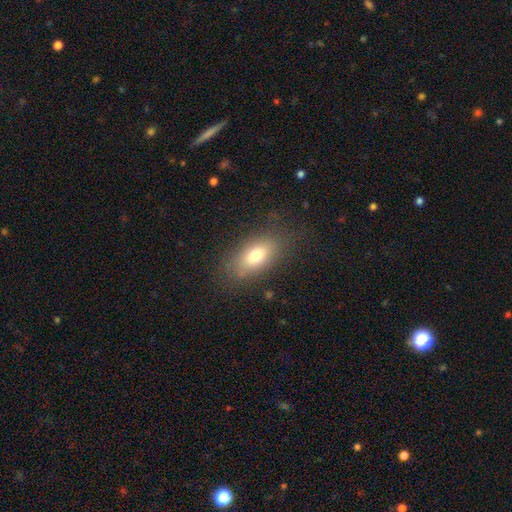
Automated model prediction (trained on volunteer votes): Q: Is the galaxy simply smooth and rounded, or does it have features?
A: smooth — 74%.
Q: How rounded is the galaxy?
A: in between — 86%.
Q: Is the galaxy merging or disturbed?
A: none — 79%.